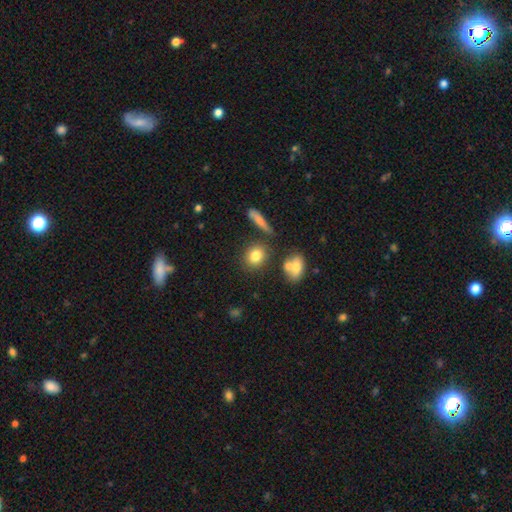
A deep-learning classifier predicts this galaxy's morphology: Overall: smooth (80%). How rounded: round (66%; in between 31%). Merging: none (75%).